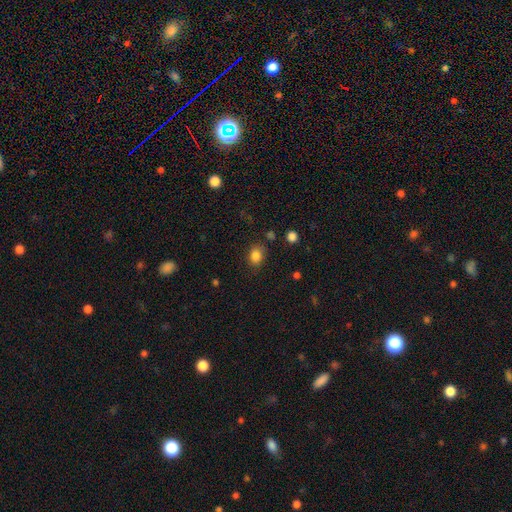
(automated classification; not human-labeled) Overall: smooth (84%). How rounded: in between (50%; round 49%). Merging: none (79%).